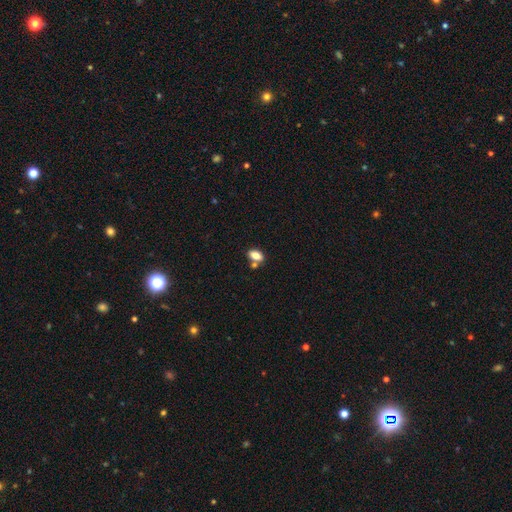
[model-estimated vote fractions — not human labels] Overall: smooth (81%). How rounded: in between (88%). Merging: none (62%; merger 23%).